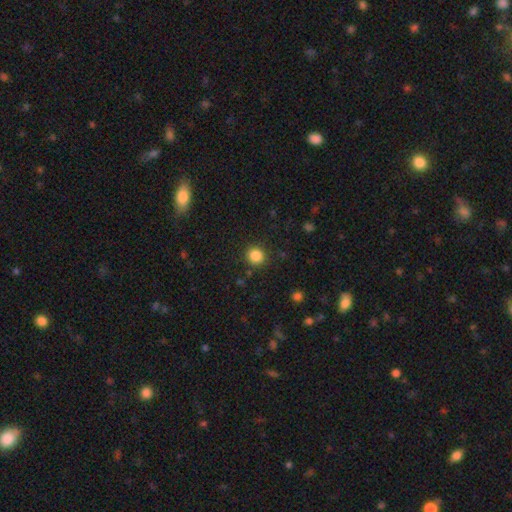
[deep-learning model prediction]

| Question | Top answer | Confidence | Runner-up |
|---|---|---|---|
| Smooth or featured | smooth | 85% | star or artifact (11%) |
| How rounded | round | 89% | in between (10%) |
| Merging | none | 89% | minor disturbance (7%) |